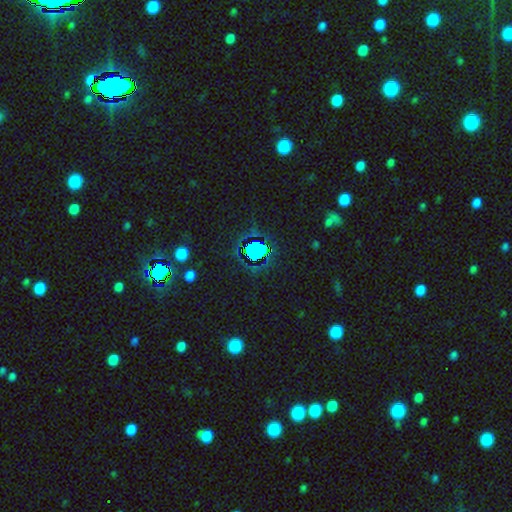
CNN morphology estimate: Smooth or featured: star or artifact — 70% (smooth — 20%)